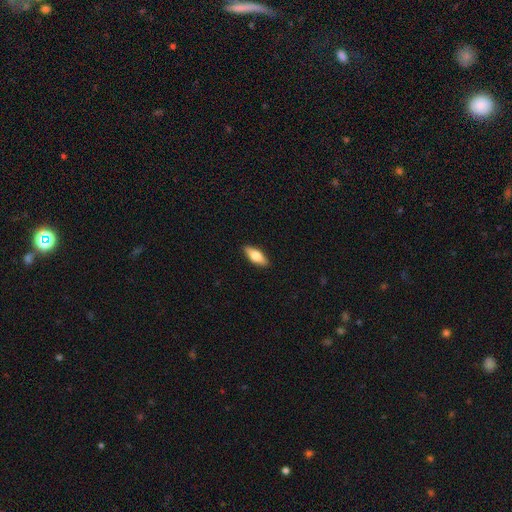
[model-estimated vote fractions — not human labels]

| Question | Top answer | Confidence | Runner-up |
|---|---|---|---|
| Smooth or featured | smooth | 62% | featured or disk (32%) |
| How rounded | in between | 69% | cigar-shaped (28%) |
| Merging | none | 89% | minor disturbance (8%) |